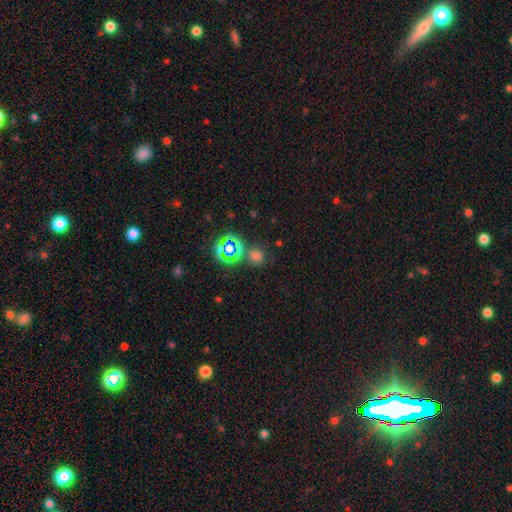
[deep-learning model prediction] Morphology: type=smooth (63%); roundness=round (83%); merging=none (76%).